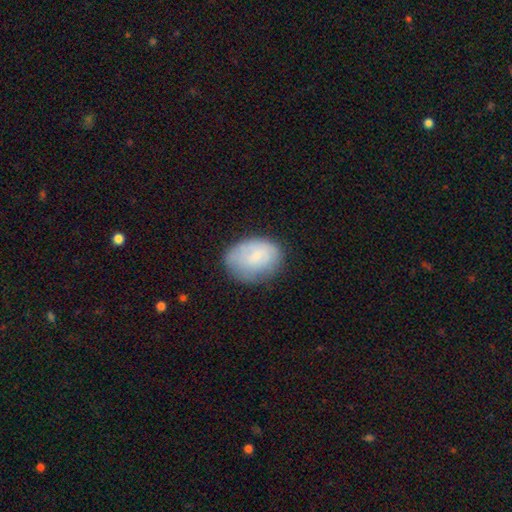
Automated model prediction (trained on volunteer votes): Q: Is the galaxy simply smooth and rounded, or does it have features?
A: smooth — 73%.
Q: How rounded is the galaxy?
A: in between — 76%.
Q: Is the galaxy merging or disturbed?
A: none — 63%.